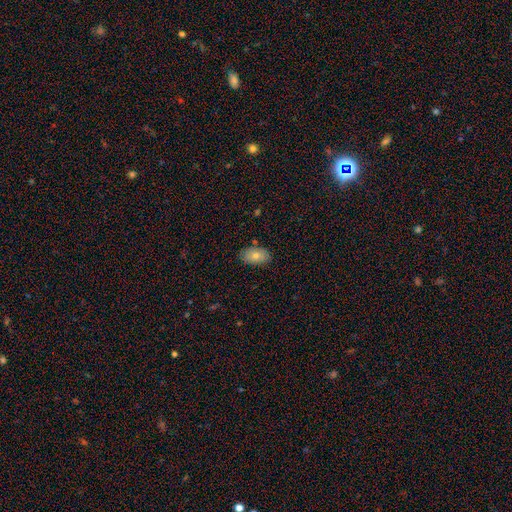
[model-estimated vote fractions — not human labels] Smooth or featured? Predicted: smooth (p=0.78). How rounded? Predicted: in between (p=0.92). Merging? Predicted: none (p=0.84).